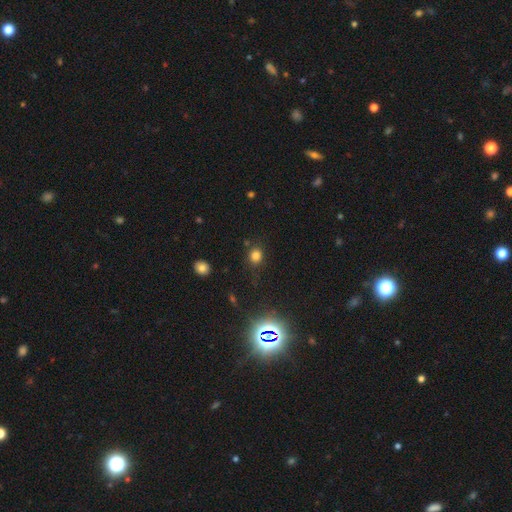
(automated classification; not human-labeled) Smooth or featured? smooth (75%)
How rounded? round (78%)
Merging? none (81%)